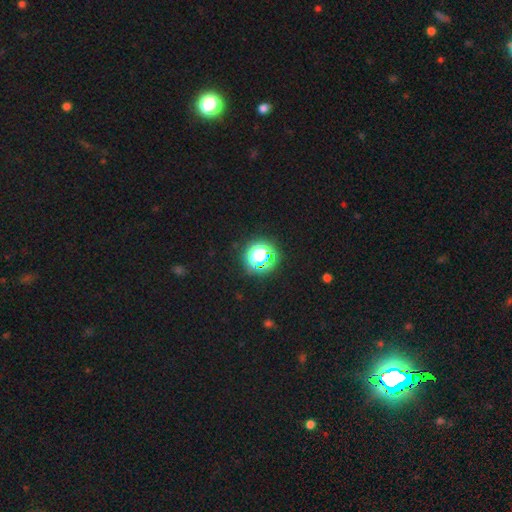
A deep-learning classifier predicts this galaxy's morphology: smooth-or-featured: star or artifact: 65% | smooth: 27% | featured or disk: 8%